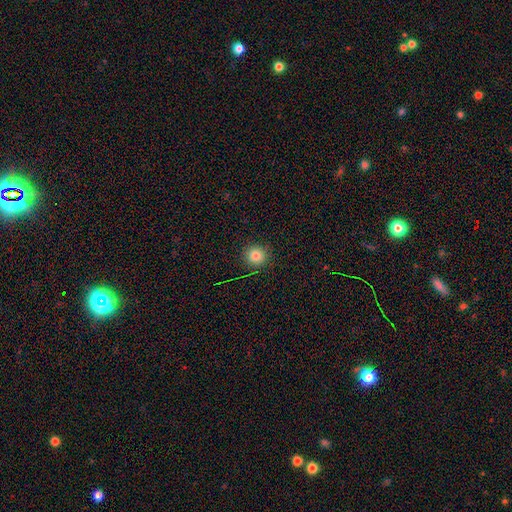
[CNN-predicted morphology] Overall: smooth (82%). How rounded: round (93%). Merging: none (90%).